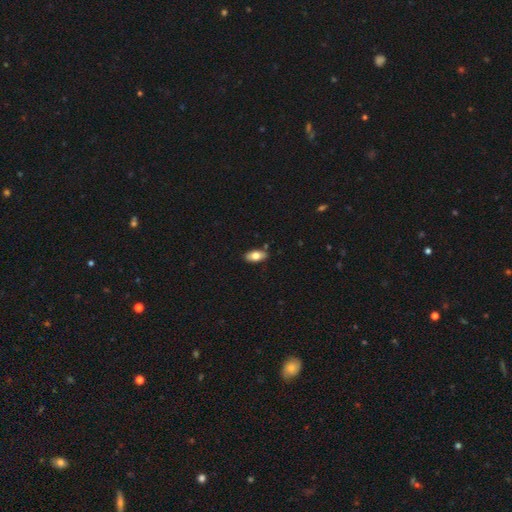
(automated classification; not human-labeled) Smooth or featured?
  - smooth: 77% *
  - featured or disk: 16%
  - star or artifact: 7%
How rounded?
  - in between: 90% *
  - cigar-shaped: 7%
  - round: 3%
Merging?
  - none: 86% *
  - minor disturbance: 10%
  - merger: 2%
  - major disturbance: 2%